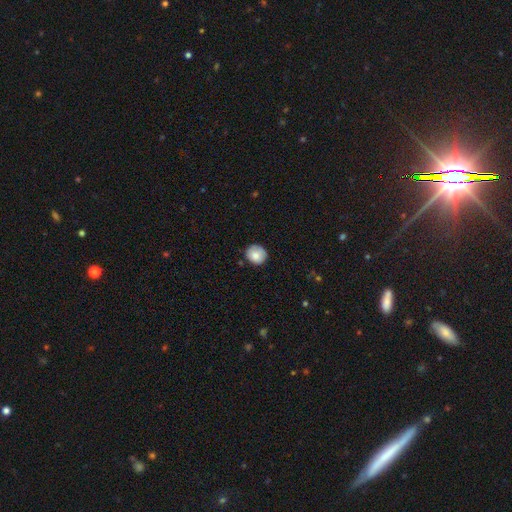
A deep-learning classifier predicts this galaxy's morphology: Overall: smooth (80%). How rounded: round (83%). Merging: none (79%).